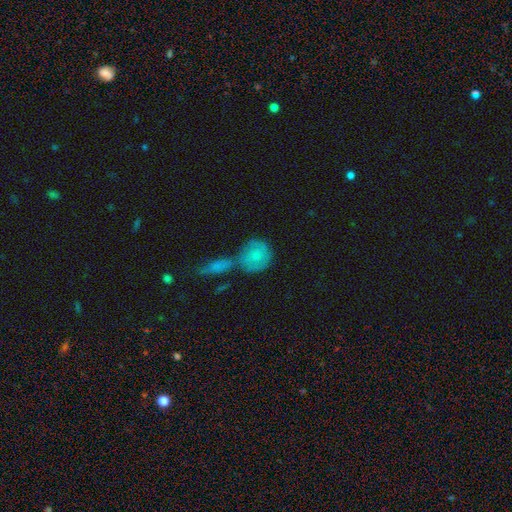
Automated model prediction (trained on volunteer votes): A smooth galaxy with no disk features (67%) that is round (75%). Merging: none (41%).